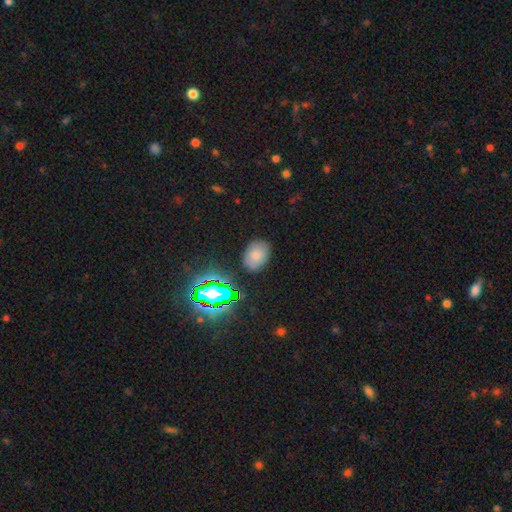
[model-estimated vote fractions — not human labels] Smooth or featured?
  - smooth: 74% *
  - star or artifact: 16%
  - featured or disk: 10%
How rounded?
  - in between: 71% *
  - round: 28%
  - cigar-shaped: 1%
Merging?
  - none: 83% *
  - minor disturbance: 12%
  - major disturbance: 3%
  - merger: 2%